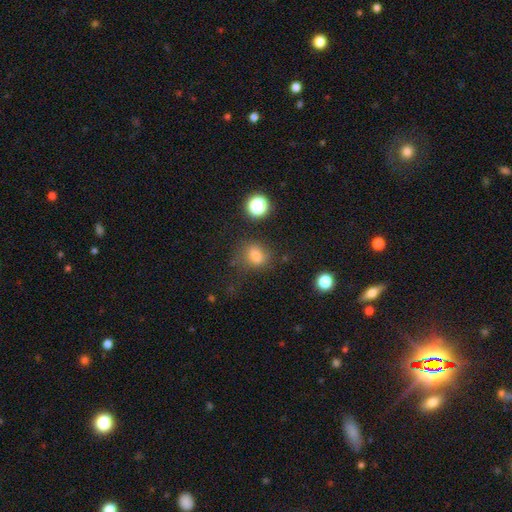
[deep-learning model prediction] A smooth galaxy with no disk features (76%) that is in between round and cigar-shaped (52%). Merging: none (63%).